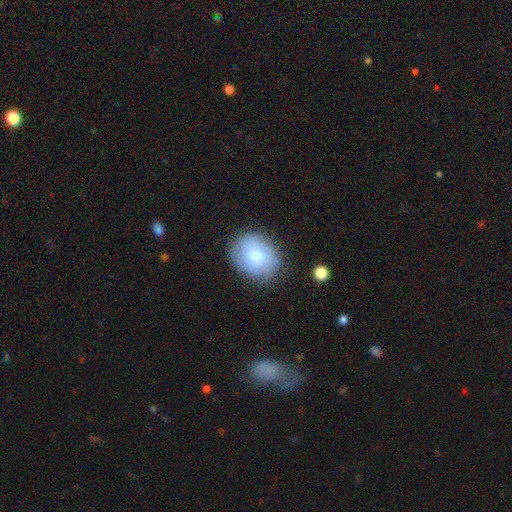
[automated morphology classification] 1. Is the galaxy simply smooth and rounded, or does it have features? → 75% smooth, 18% featured or disk, 7% star or artifact.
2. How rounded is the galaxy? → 53% in between, 46% round, 1% cigar-shaped.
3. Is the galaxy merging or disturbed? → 76% none, 17% minor disturbance, 5% major disturbance, 2% merger.